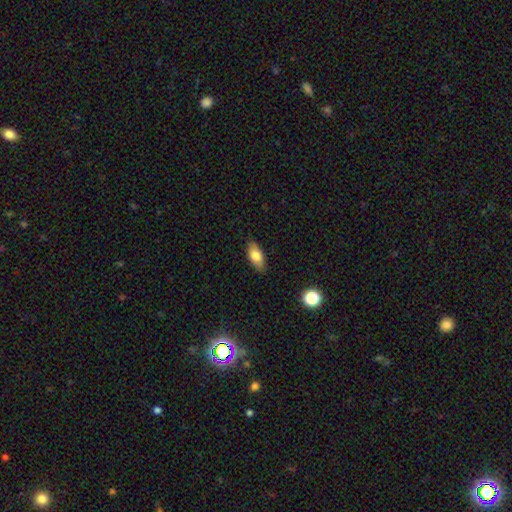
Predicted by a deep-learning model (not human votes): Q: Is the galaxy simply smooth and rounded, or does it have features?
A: smooth — 78%.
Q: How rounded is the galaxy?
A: in between — 86%.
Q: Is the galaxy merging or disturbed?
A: none — 87%.